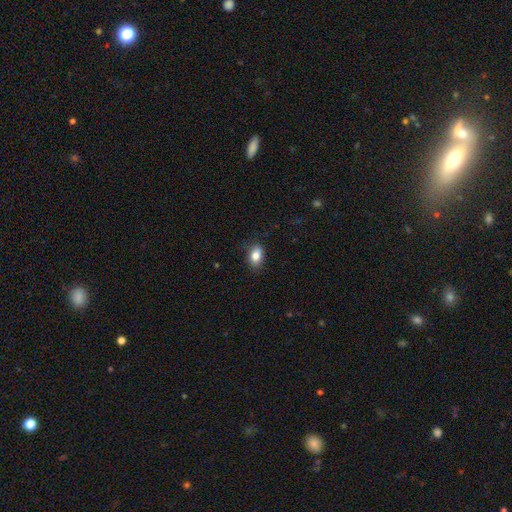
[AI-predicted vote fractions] A smooth galaxy with no disk features (83%) that is in between round and cigar-shaped (84%). Merging: none (82%).